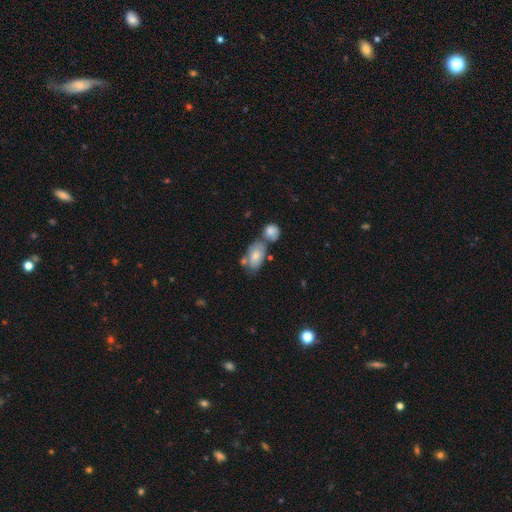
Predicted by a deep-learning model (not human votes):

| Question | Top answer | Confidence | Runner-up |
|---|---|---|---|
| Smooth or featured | smooth | 68% | featured or disk (25%) |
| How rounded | in between | 90% | round (8%) |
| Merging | none | 40% | merger (37%) |